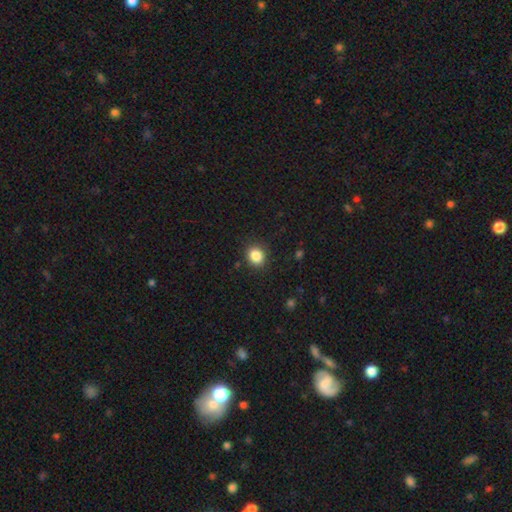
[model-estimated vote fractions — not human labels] Q: Smooth or featured?
A: smooth (85%); runner-up: star or artifact (10%)
Q: How rounded?
A: round (68%); runner-up: in between (31%)
Q: Merging?
A: none (88%); runner-up: minor disturbance (8%)